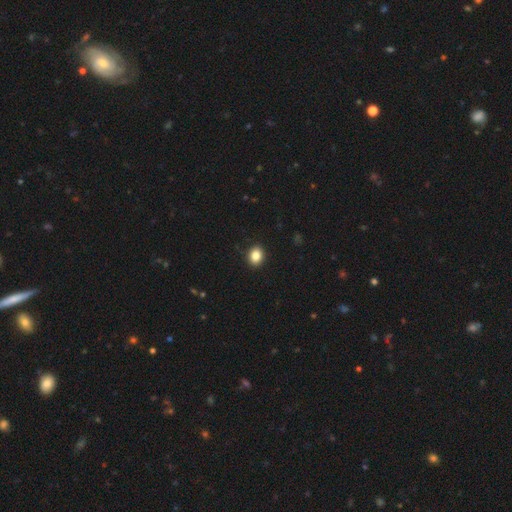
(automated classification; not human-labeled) This appears to be a smooth galaxy with no disk features (86%) that is round (56%). Merging: none (92%).